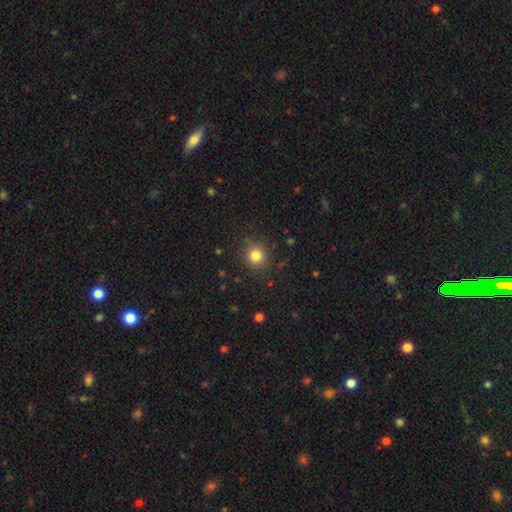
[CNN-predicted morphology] This appears to be a smooth galaxy with no disk features (82%) that is round (89%). Merging: none (87%).